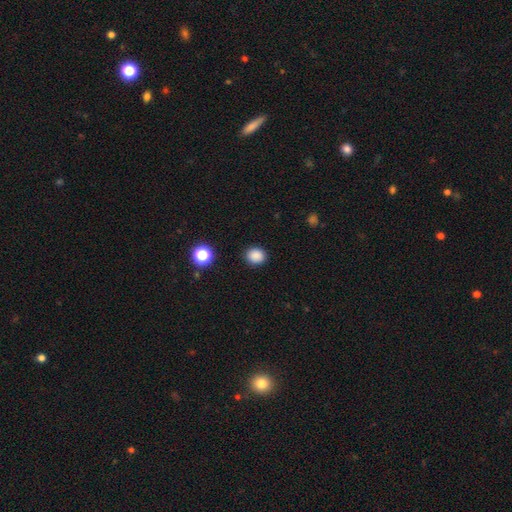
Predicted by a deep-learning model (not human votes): Q: Smooth or featured?
A: smooth (86%); runner-up: star or artifact (11%)
Q: How rounded?
A: round (72%); runner-up: in between (28%)
Q: Merging?
A: none (89%); runner-up: minor disturbance (7%)